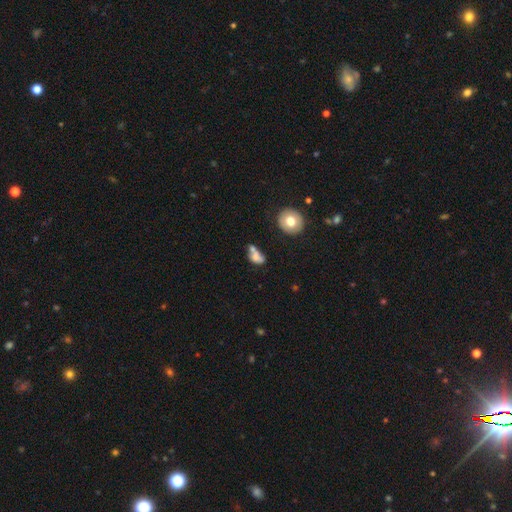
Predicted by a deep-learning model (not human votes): smooth-or-featured: smooth: 67% | featured or disk: 22% | star or artifact: 11%
  how-rounded: in between: 73% | round: 21% | cigar-shaped: 6%
  merging: none: 35% | merger: 34% | minor disturbance: 18% | major disturbance: 13%